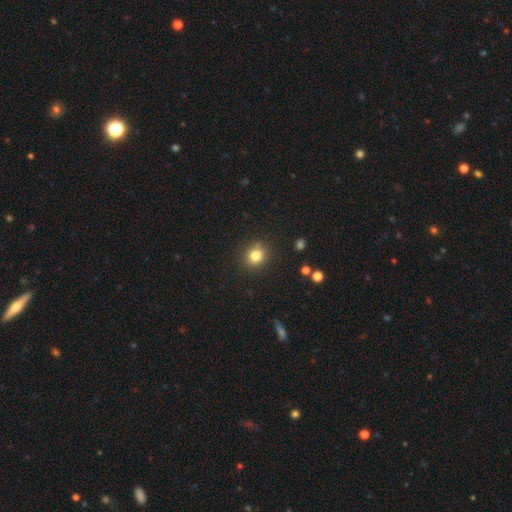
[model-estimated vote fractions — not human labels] Smooth or featured? Predicted: smooth (p=0.81). How rounded? Predicted: round (p=0.80). Merging? Predicted: none (p=0.89).